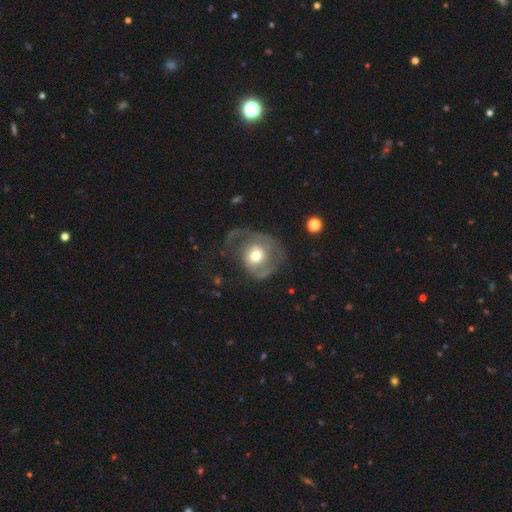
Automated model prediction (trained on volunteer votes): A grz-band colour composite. It shows a featured or disk galaxy (56%) with no bar (75%), spiral arms (66%) and a moderate central bulge (67%). Merging: major disturbance (46%).